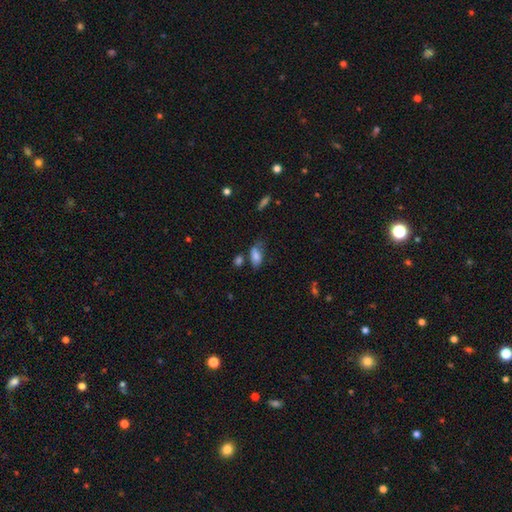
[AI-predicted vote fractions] This is likely a smooth galaxy (73%). How rounded: clearly in between (88%). Merging: marginally none (43%).